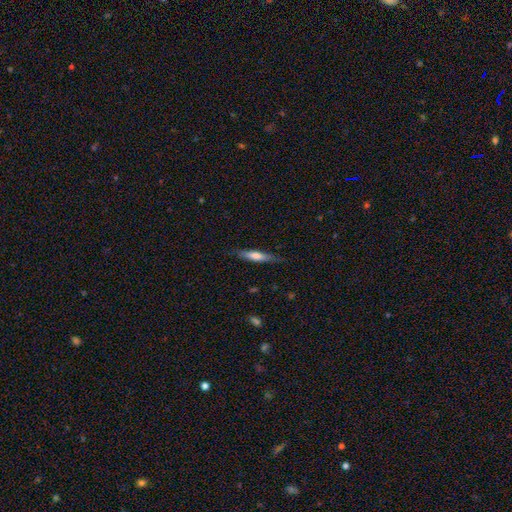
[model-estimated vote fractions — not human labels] Morphology: type=smooth (59%); roundness=cigar-shaped (83%); merging=none (80%).